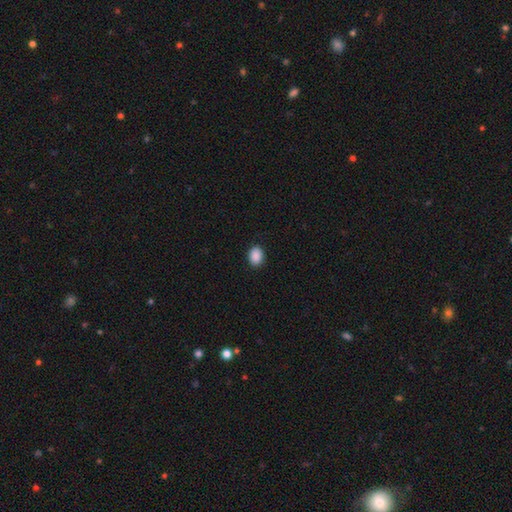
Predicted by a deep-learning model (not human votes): Overall: smooth (90%). How rounded: in between (61%; round 38%). Merging: none (91%).